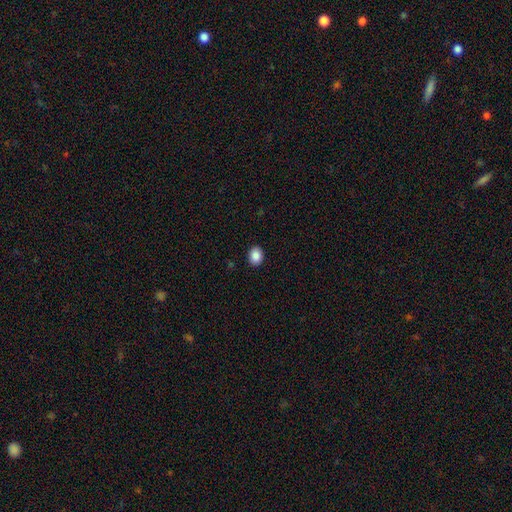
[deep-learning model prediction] This is clearly a smooth galaxy (89%). How rounded: possibly in between (57%). Merging: clearly none (91%).